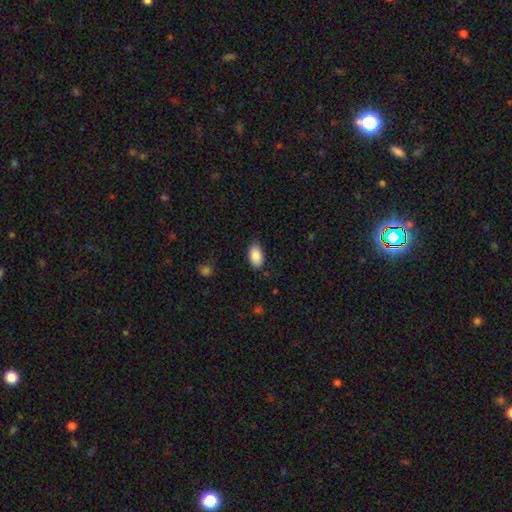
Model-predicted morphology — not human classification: Smooth or featured? Predicted: smooth (p=0.87). How rounded? Predicted: in between (p=0.93). Merging? Predicted: none (p=0.79).